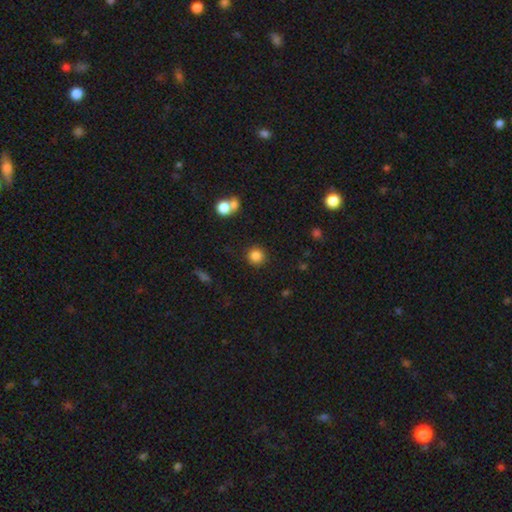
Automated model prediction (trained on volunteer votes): Smooth or featured: smooth — 84% (star or artifact — 11%)
How rounded: round — 94% (in between — 5%)
Merging: none — 88% (minor disturbance — 6%)